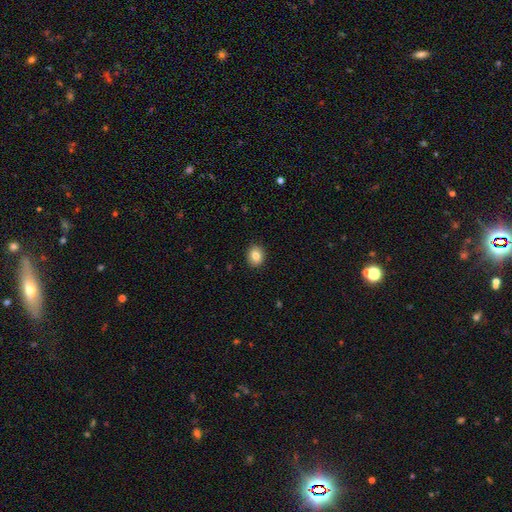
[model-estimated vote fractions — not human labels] Smooth or featured? Predicted: smooth (p=0.83). How rounded? Predicted: round (p=0.62). Merging? Predicted: none (p=0.91).